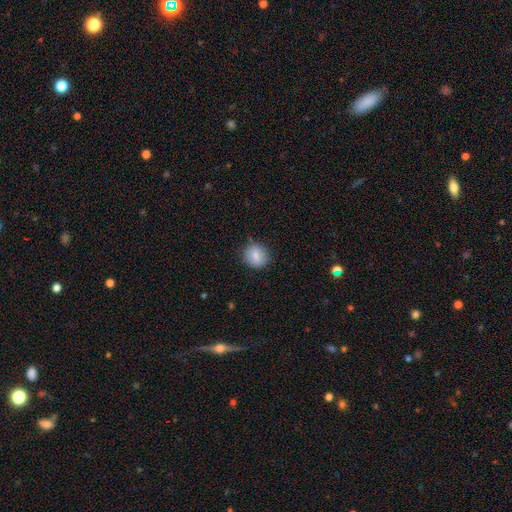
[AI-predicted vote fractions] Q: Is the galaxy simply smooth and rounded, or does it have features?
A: smooth — 83%.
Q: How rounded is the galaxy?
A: round — 80%.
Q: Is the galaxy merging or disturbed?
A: none — 84%.